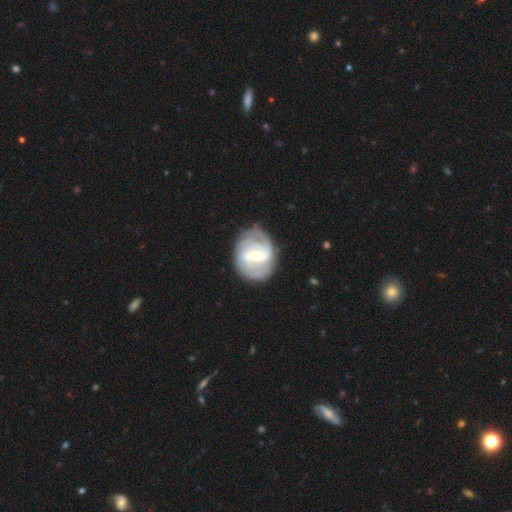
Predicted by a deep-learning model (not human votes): The model was most divided on "bar": strong: 48%, weak: 42%, no: 10%. More confident: edge-on disk — no (97%); spiral arms — yes (92%); smooth or featured — featured or disk (85%); merging — none (77%); spiral winding — tight (55%); bulge size — moderate (53%); spiral arm count — 2 (51%).